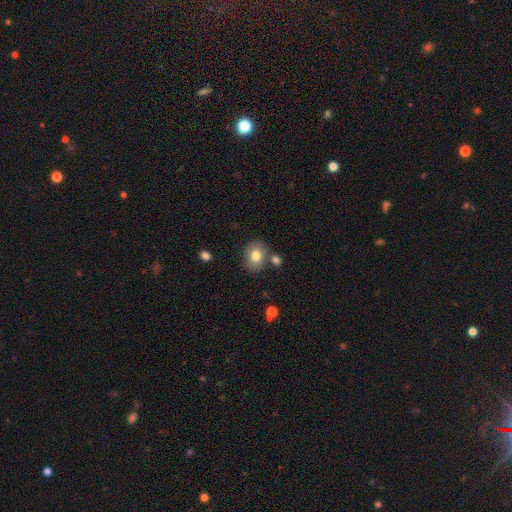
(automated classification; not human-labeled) The model was most divided on "how rounded": round: 58%, in between: 41%, cigar-shaped: 1%. More confident: smooth or featured — smooth (78%); merging — none (75%).